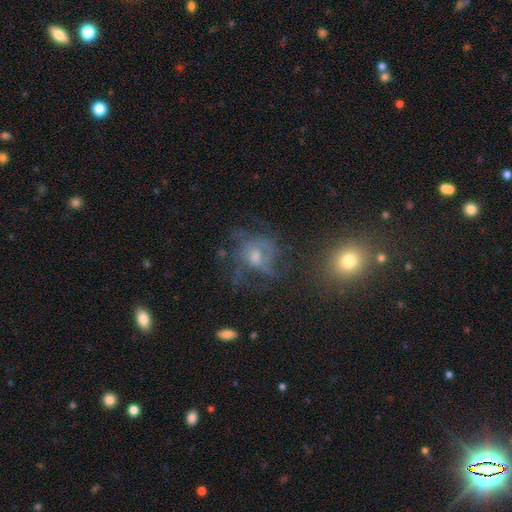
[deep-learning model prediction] featured or disk 57%, smooth 24%, star or artifact 19%. Down the decision tree: edge-on disk — no (97%); bar — no (75%); spiral arms — yes (64%); bulge size — moderate (54%); merging — none (44%).